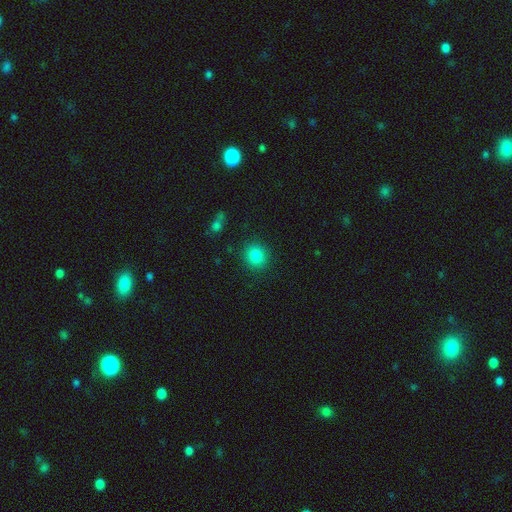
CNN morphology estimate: Smooth or featured: smooth — 83% (star or artifact — 11%)
How rounded: round — 84% (in between — 15%)
Merging: none — 89% (minor disturbance — 7%)